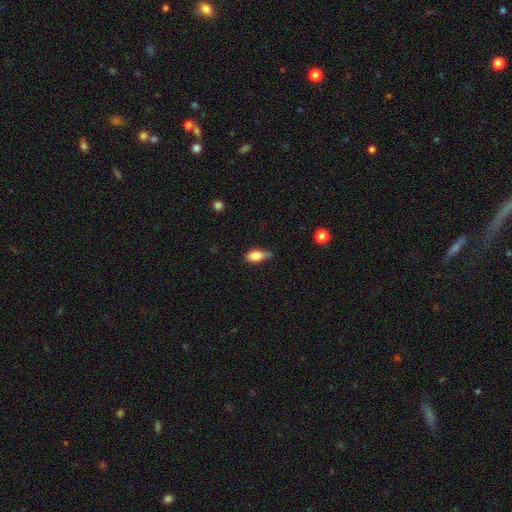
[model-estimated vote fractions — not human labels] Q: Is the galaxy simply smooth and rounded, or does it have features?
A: smooth — 79%.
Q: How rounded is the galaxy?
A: in between — 85%.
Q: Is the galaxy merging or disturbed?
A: none — 44%.